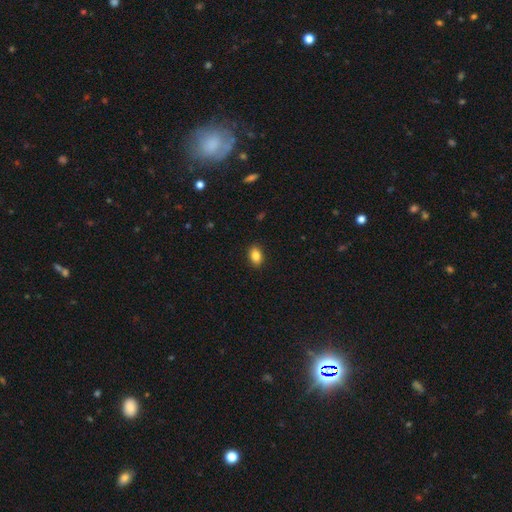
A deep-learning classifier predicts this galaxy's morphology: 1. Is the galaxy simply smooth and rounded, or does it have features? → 85% smooth, 9% star or artifact, 6% featured or disk.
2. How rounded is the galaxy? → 82% in between, 17% round, 1% cigar-shaped.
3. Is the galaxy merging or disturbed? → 89% none, 8% minor disturbance, 2% major disturbance, 1% merger.